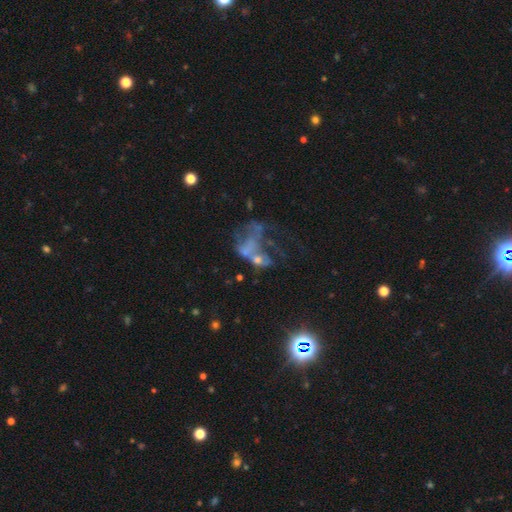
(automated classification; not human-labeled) Smooth or featured? Predicted: featured or disk (p=0.52). Edge-on disk? Predicted: no (p=0.97). Bar? Predicted: no (p=0.89). Spiral arms? Predicted: no (p=0.88). Bulge size? Predicted: none (p=0.63). Merging? Predicted: major disturbance (p=0.40).